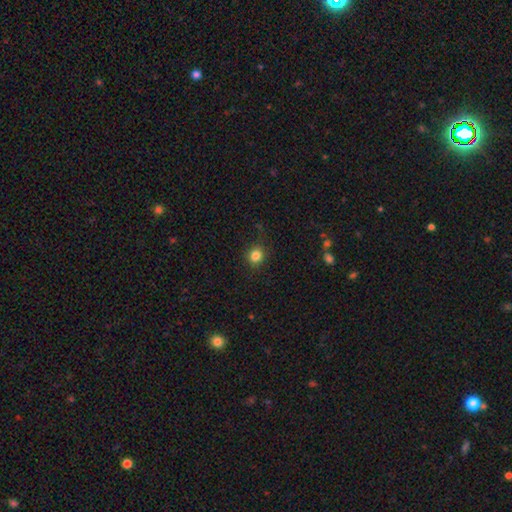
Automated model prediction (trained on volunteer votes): This is clearly a smooth galaxy (83%). How rounded: clearly round (82%). Merging: clearly none (86%).